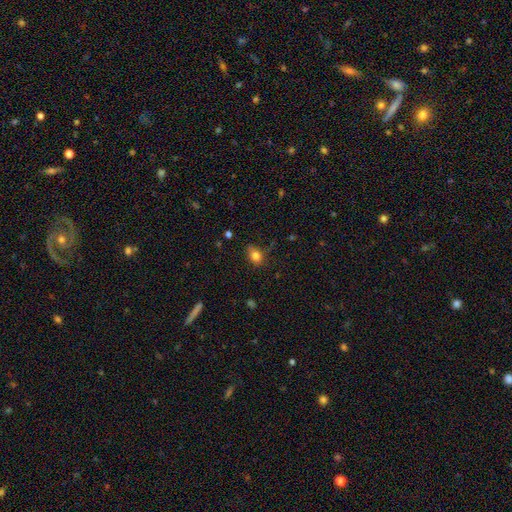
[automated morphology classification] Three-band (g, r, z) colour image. It shows a smooth galaxy with no disk features (81%) that is in between round and cigar-shaped (70%). Merging: none (65%).